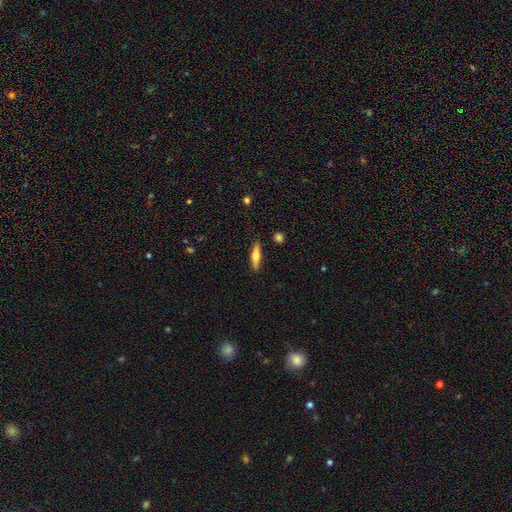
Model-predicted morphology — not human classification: Smooth or featured?
  - smooth: 58% *
  - featured or disk: 36%
  - star or artifact: 6%
How rounded?
  - cigar-shaped: 70% *
  - in between: 27%
  - round: 2%
Merging?
  - none: 87% *
  - minor disturbance: 9%
  - major disturbance: 2%
  - merger: 2%